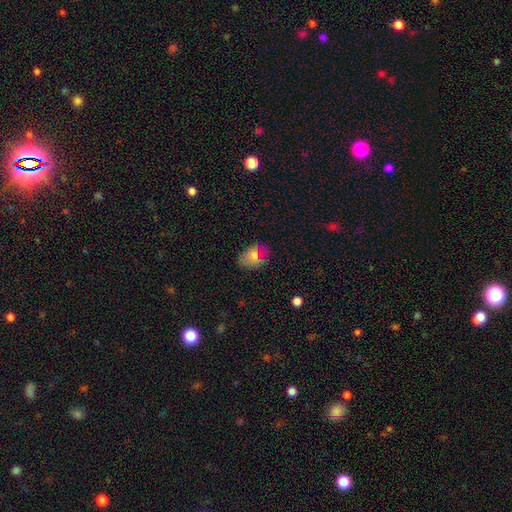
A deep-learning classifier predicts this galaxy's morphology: A smooth galaxy with no disk features (68%) that is in between round and cigar-shaped (77%). Merging: none (78%).